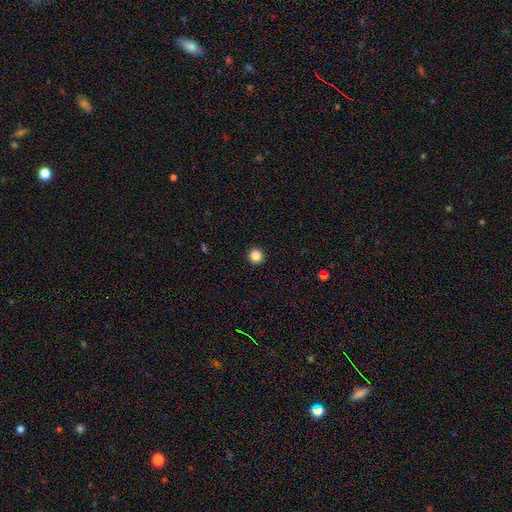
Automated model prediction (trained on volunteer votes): Smooth or featured? Predicted: smooth (p=0.86). How rounded? Predicted: round (p=0.95). Merging? Predicted: none (p=0.93).